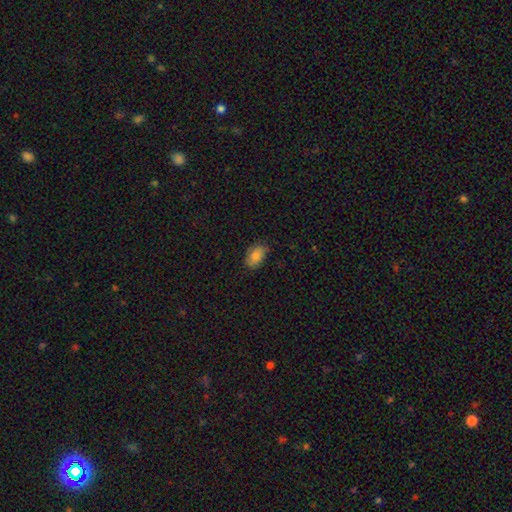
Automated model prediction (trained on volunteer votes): Smooth or featured?
  - smooth: 80% *
  - featured or disk: 12%
  - star or artifact: 8%
How rounded?
  - in between: 89% *
  - round: 10%
  - cigar-shaped: 2%
Merging?
  - none: 78% *
  - minor disturbance: 18%
  - major disturbance: 3%
  - merger: 1%